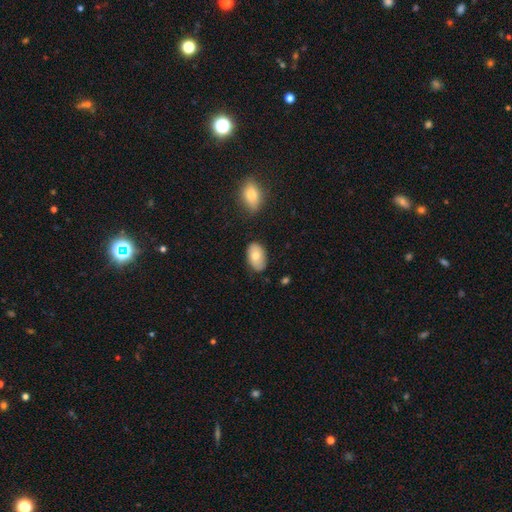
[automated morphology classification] Smooth or featured? smooth (77%)
How rounded? in between (93%)
Merging? none (77%)